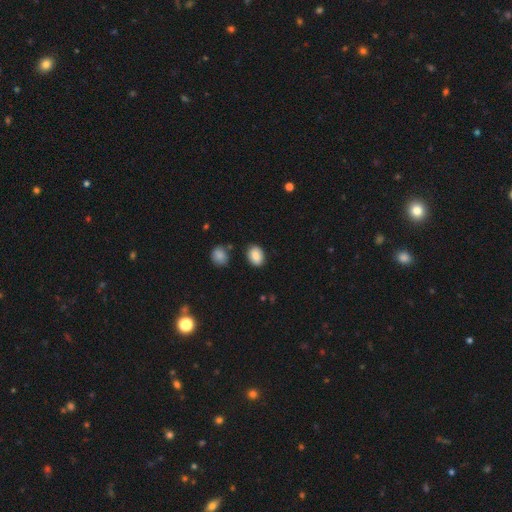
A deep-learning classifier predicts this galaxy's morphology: smooth 85%, star or artifact 8%, featured or disk 7%. Down the decision tree: how rounded — in between (76%); merging — none (85%).